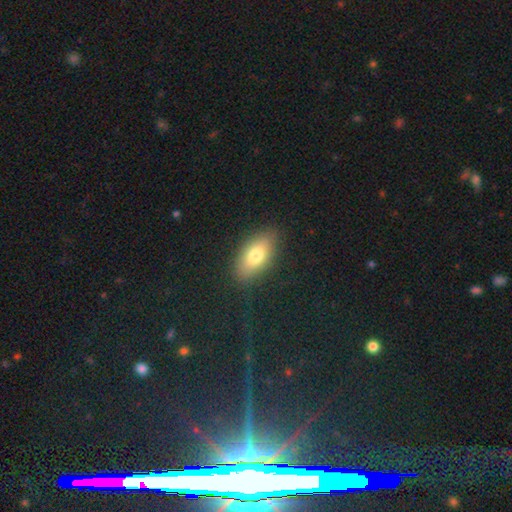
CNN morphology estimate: smooth 76%, featured or disk 16%, star or artifact 8%. Down the decision tree: how rounded — in between (88%); merging — none (85%).